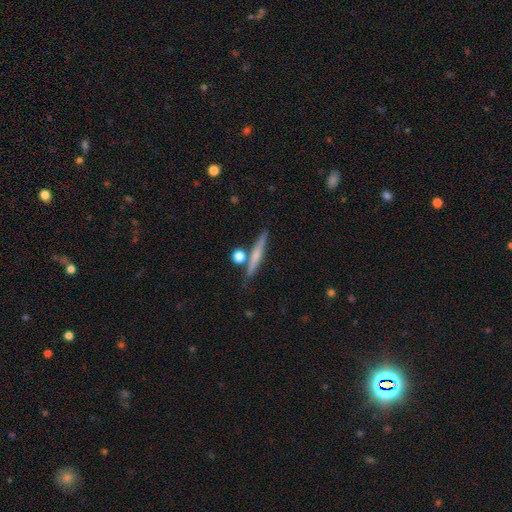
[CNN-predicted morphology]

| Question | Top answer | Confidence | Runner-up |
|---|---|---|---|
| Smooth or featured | smooth | 49% | featured or disk (44%) |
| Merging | none | 79% | minor disturbance (10%) |